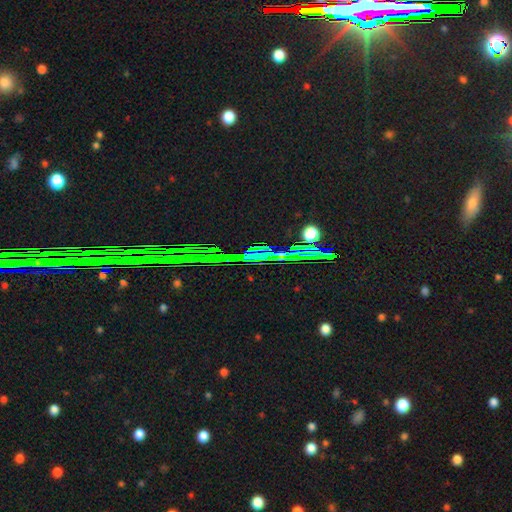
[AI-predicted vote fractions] star or artifact 82%, featured or disk 10%, smooth 9%.